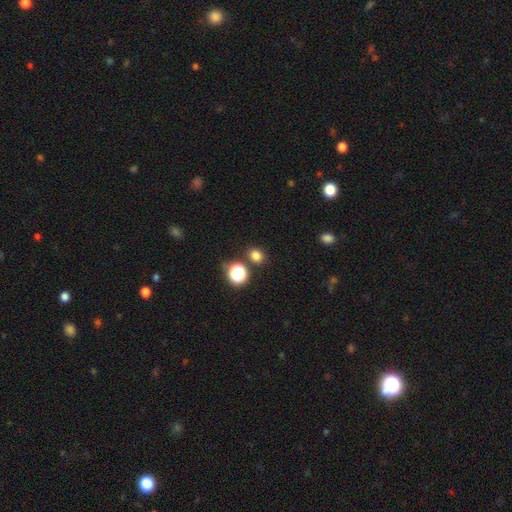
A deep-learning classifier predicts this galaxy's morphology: The model was most divided on "how rounded": round: 67%, in between: 32%, cigar-shaped: 1%. More confident: merging — none (83%); smooth or featured — smooth (78%).